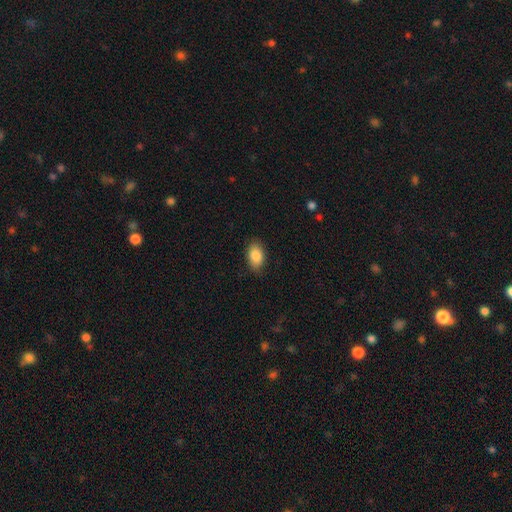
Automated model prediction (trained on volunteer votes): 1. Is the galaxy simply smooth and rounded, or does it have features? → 87% smooth, 7% star or artifact, 6% featured or disk.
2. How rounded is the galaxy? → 90% in between, 8% round, 2% cigar-shaped.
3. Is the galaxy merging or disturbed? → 85% none, 12% minor disturbance, 3% major disturbance, 1% merger.